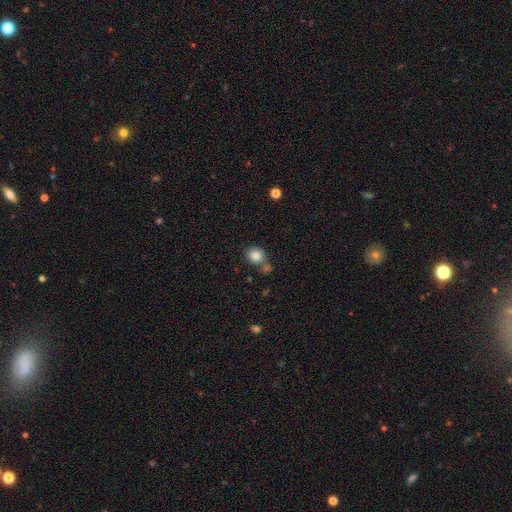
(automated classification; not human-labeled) Smooth or featured? Predicted: smooth (p=0.85). How rounded? Predicted: round (p=0.75). Merging? Predicted: none (p=0.65).